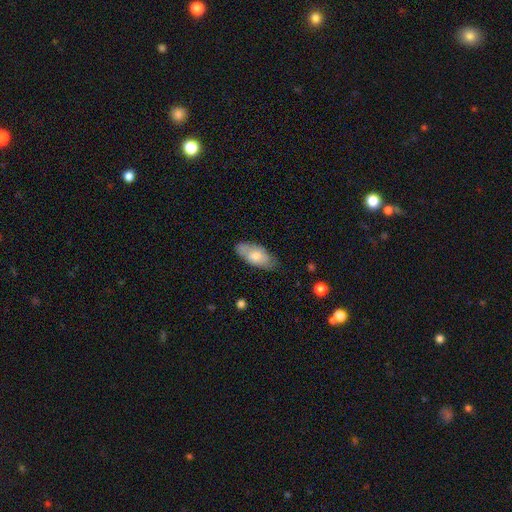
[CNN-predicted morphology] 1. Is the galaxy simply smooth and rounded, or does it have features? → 57% smooth, 37% featured or disk, 6% star or artifact.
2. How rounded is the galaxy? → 87% in between, 10% cigar-shaped, 3% round.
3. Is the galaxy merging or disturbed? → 74% none, 21% minor disturbance, 4% major disturbance, 1% merger.